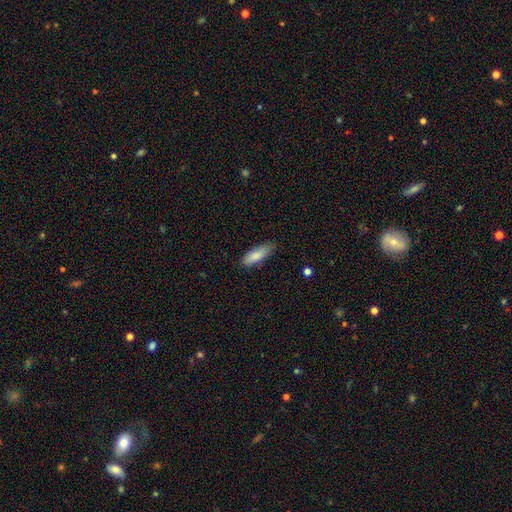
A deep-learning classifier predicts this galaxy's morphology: smooth 83%, featured or disk 11%, star or artifact 6%. Down the decision tree: how rounded — in between (57%); merging — none (76%).